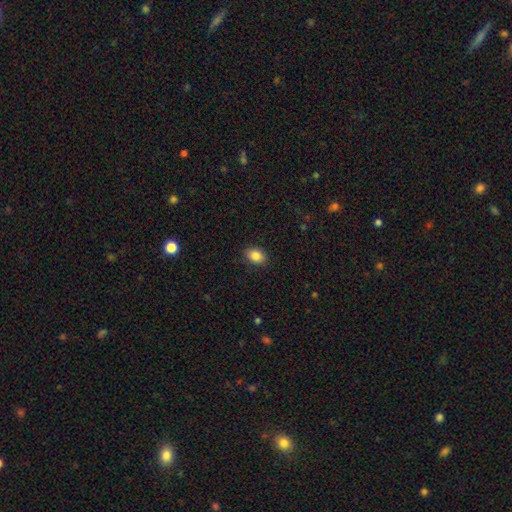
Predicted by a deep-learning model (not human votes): A smooth galaxy with no disk features (86%) that is in between round and cigar-shaped (74%). Merging: none (88%).